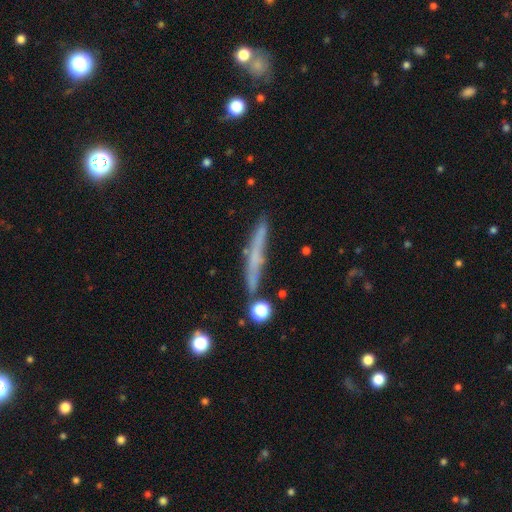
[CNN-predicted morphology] This appears to be a featured or disk galaxy (46%). Merging: none (77%).